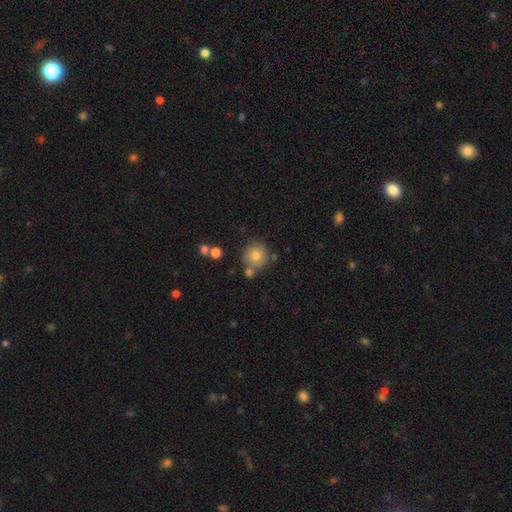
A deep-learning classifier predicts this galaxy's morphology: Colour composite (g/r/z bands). It shows a smooth galaxy with no disk features (74%) that is round (91%). Merging: none (68%).